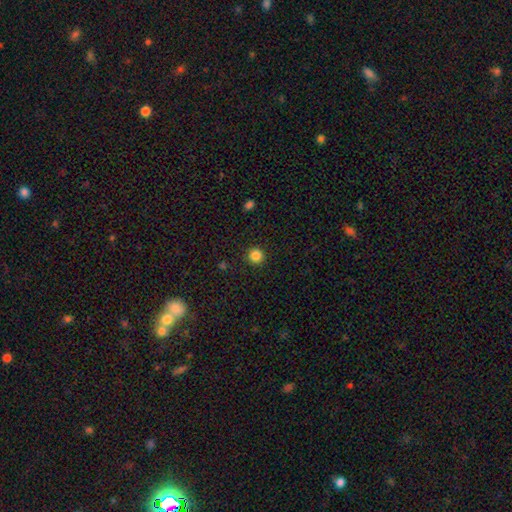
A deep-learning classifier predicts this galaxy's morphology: type=smooth (85%); roundness=round (95%); merging=none (92%).